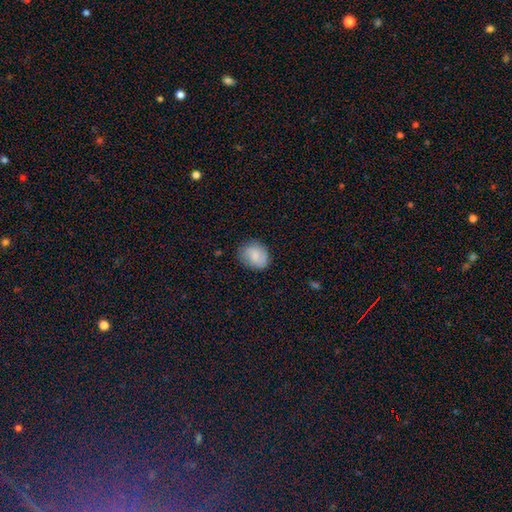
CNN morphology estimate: Smooth or featured?
  - smooth: 76% *
  - featured or disk: 17%
  - star or artifact: 7%
How rounded?
  - round: 50% *
  - in between: 49%
  - cigar-shaped: 1%
Merging?
  - none: 78% *
  - minor disturbance: 16%
  - major disturbance: 4%
  - merger: 1%